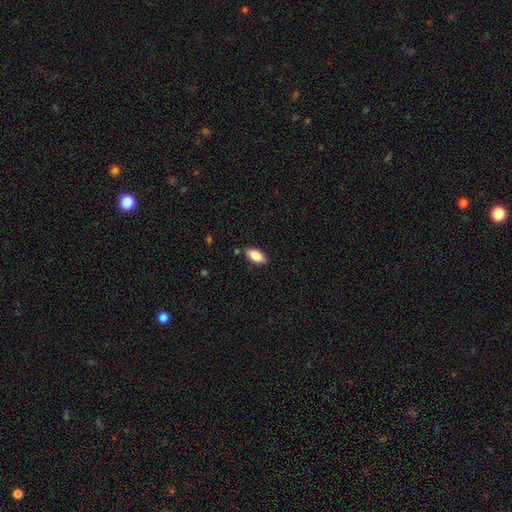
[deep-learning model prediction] Smooth or featured?
  - smooth: 87% *
  - star or artifact: 6%
  - featured or disk: 6%
How rounded?
  - in between: 89% *
  - cigar-shaped: 9%
  - round: 2%
Merging?
  - none: 85% *
  - minor disturbance: 11%
  - major disturbance: 2%
  - merger: 2%